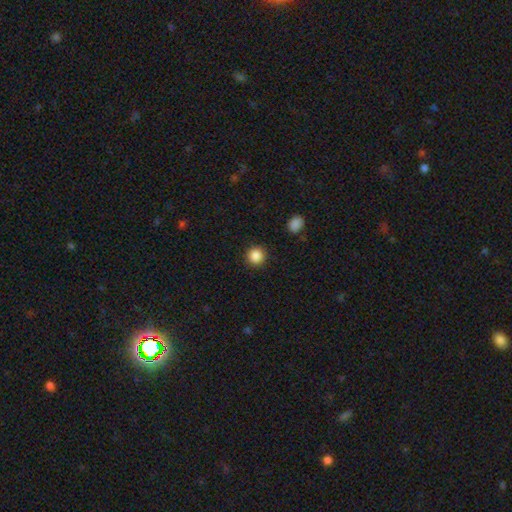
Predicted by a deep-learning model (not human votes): smooth 87%, star or artifact 10%, featured or disk 3%. Down the decision tree: how rounded — round (94%); merging — none (91%).